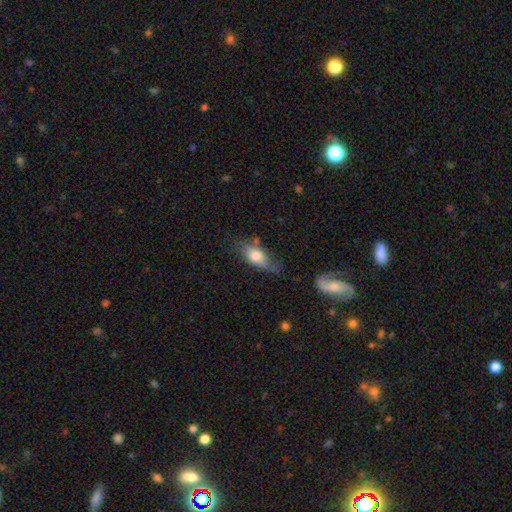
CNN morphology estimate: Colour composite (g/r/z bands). It shows a smooth galaxy with no disk features (63%) that is in between round and cigar-shaped (80%). Merging: none (49%).